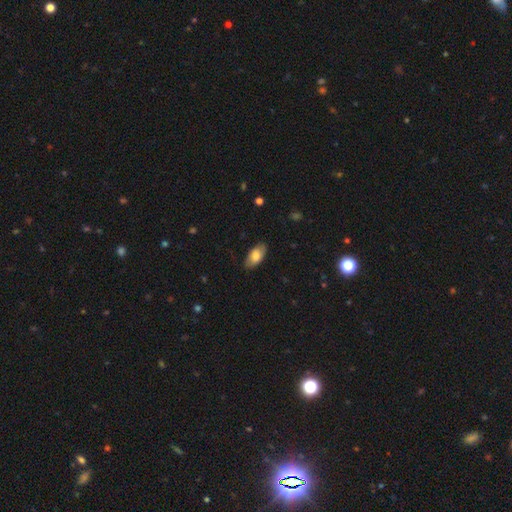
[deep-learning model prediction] smooth_or_featured: smooth (p=0.77) [alt: featured or disk p=0.17]
how_rounded: in between (p=0.93) [alt: cigar-shaped p=0.04]
merging: none (p=0.82) [alt: minor disturbance p=0.14]